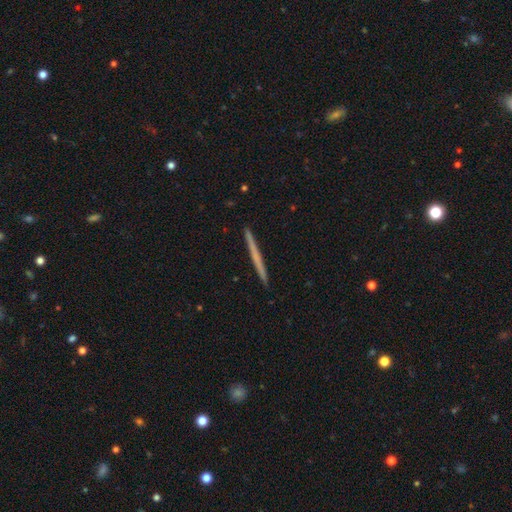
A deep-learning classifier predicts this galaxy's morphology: type=smooth (47%, tied with featured or disk); merging=none (93%).